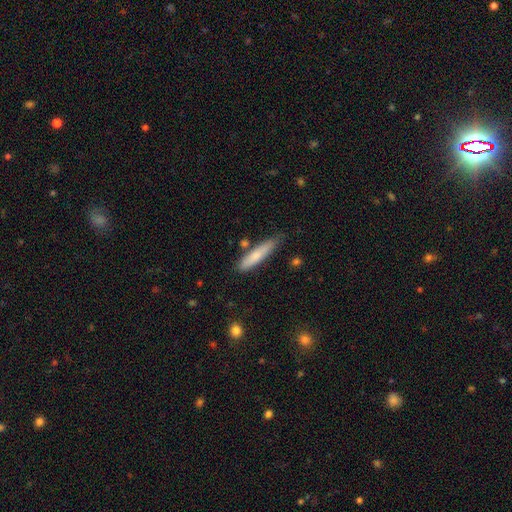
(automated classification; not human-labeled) Overall: smooth (73%). How rounded: cigar-shaped (88%). Merging: none (75%).